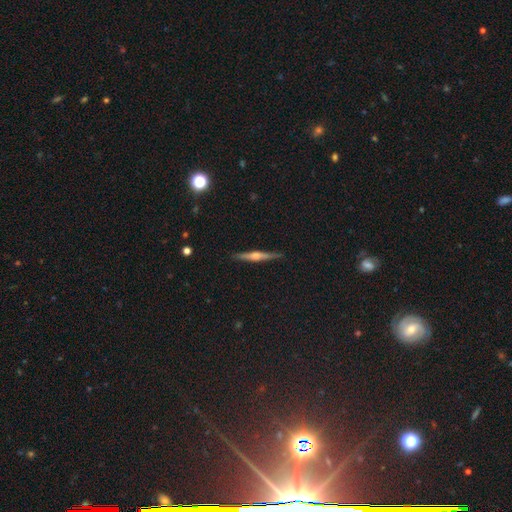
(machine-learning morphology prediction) Q: Smooth or featured?
A: featured or disk (68%); runner-up: smooth (26%)
Q: Edge-on disk?
A: yes (98%); runner-up: no (2%)
Q: Edge-on bulge?
A: rounded (76%); runner-up: boxy (15%)
Q: Merging?
A: none (90%); runner-up: minor disturbance (8%)